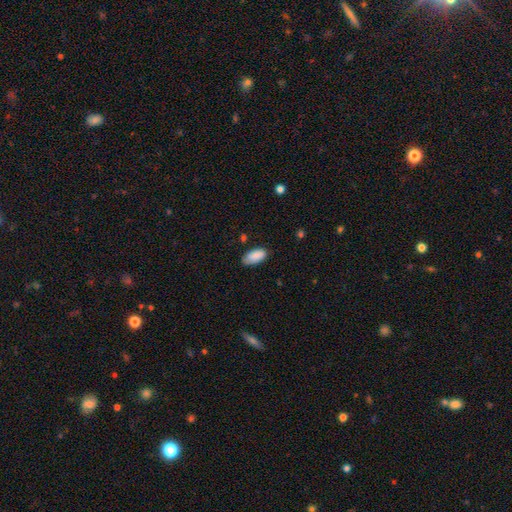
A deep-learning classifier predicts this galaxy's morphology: The model was most divided on "merging": none: 75%, minor disturbance: 20%, major disturbance: 3%, merger: 2%. More confident: how rounded — in between (93%); smooth or featured — smooth (89%).